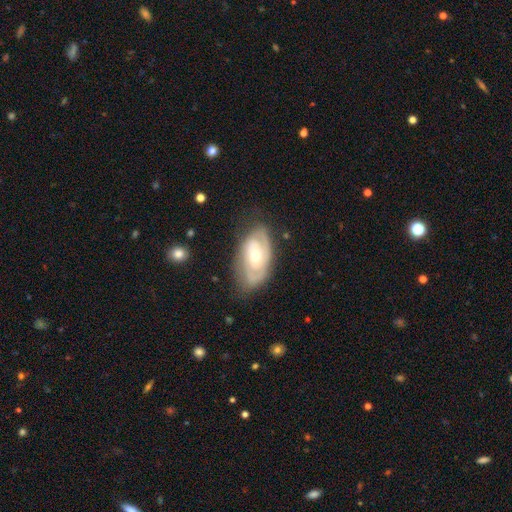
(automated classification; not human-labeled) Smooth or featured? Predicted: featured or disk (p=0.74). Edge-on disk? Predicted: no (p=0.94). Bar? Predicted: no (p=0.61). Spiral arms? Predicted: yes (p=0.84). Spiral winding? Predicted: tight (p=0.59). Spiral arm count? Predicted: 2 (p=0.50). Bulge size? Predicted: moderate (p=0.49). Merging? Predicted: none (p=0.71).